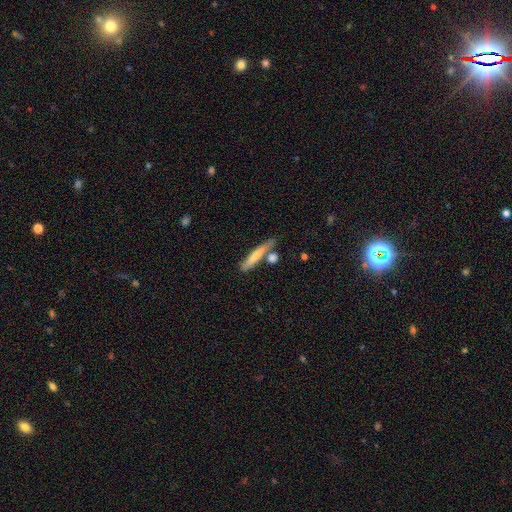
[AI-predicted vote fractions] Morphology: type=smooth (68%); roundness=cigar-shaped (88%); merging=none (63%).